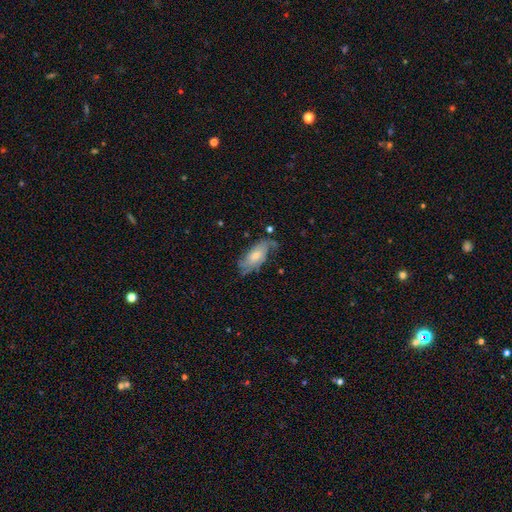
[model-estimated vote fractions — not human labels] Smooth or featured: featured or disk — 62% (smooth — 32%)
Edge-on disk: no — 91% (yes — 9%)
Bar: no — 69% (weak — 26%)
Spiral arms: yes — 88% (no — 12%)
Bulge size: moderate — 48% (small — 41%)
Merging: none — 58% (minor disturbance — 26%)